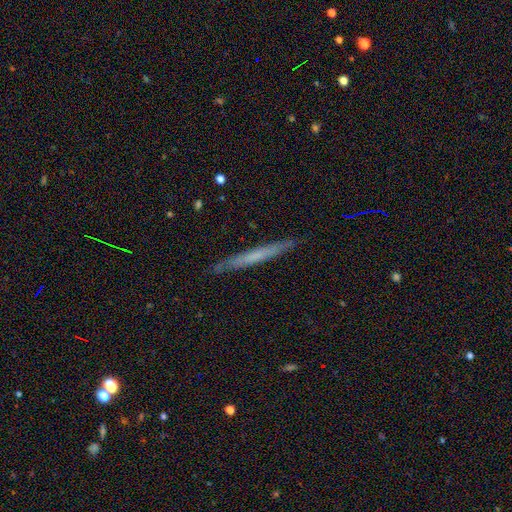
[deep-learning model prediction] This appears to be a smooth galaxy with no disk features (50%). Merging: none (89%).